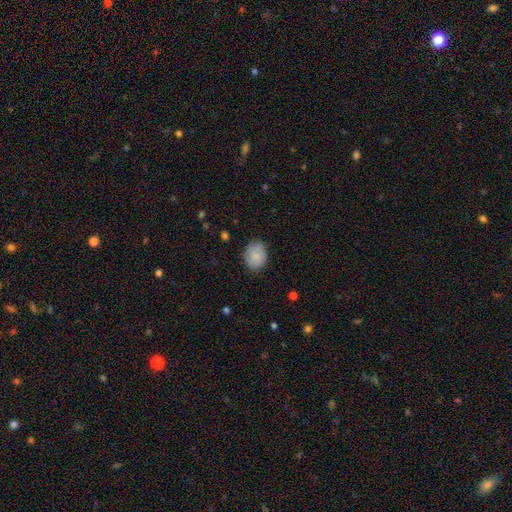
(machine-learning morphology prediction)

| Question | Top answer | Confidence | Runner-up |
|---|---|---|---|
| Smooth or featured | smooth | 85% | featured or disk (8%) |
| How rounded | in between | 52% | round (47%) |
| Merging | none | 82% | minor disturbance (14%) |